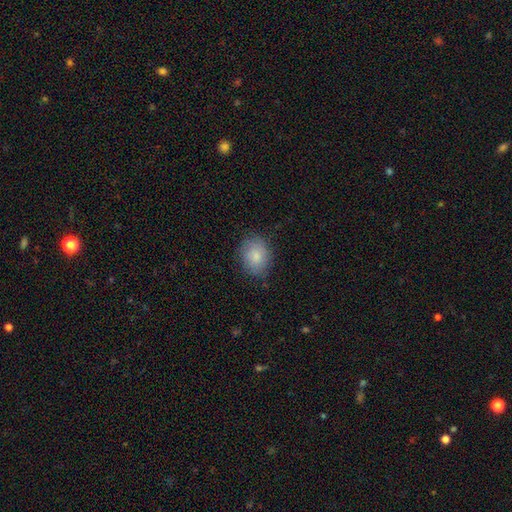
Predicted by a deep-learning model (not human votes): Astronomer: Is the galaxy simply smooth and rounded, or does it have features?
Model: smooth — 81%.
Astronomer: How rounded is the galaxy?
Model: in between — 58% (runner-up: round, 41%).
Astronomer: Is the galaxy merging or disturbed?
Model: none — 81%.